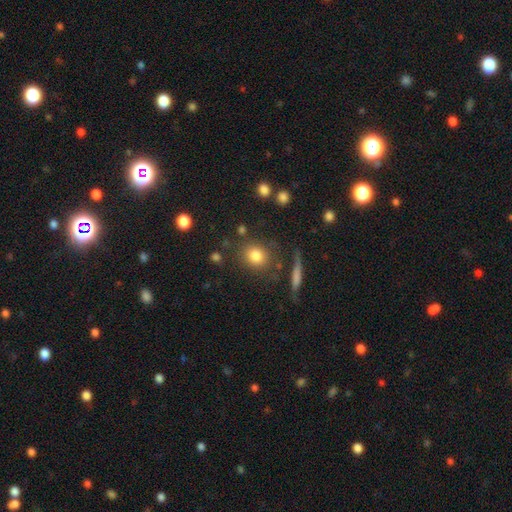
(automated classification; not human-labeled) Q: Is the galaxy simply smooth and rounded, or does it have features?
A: smooth — 81%.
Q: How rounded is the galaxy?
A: round — 75%.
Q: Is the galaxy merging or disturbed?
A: none — 77%.